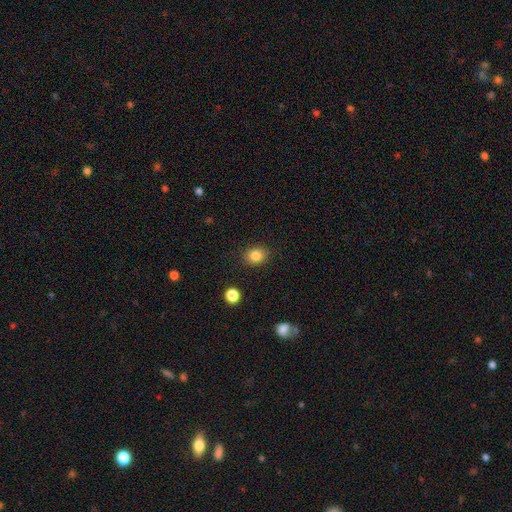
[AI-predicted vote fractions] This appears to be a smooth galaxy with no disk features (84%) that is round (57%). Merging: none (87%).